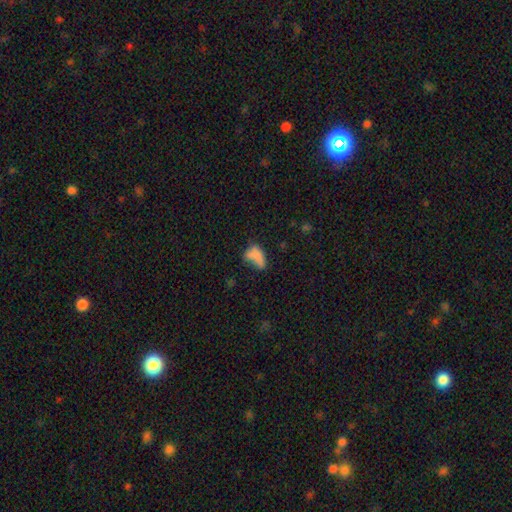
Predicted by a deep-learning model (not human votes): A smooth galaxy with no disk features (74%) that is in between round and cigar-shaped (88%). Merging: major disturbance (32%).